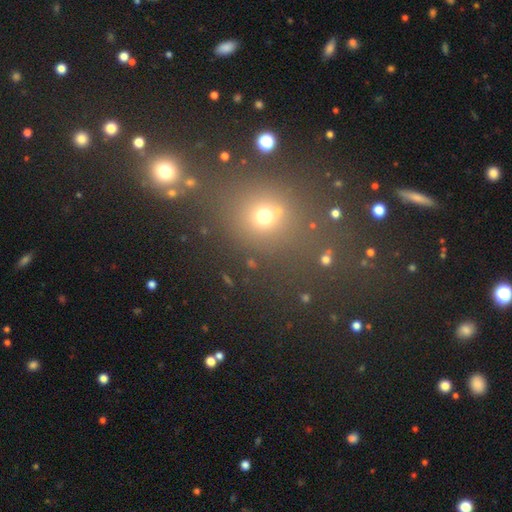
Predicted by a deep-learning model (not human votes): Smooth or featured: star or artifact — 49% (smooth — 42%)